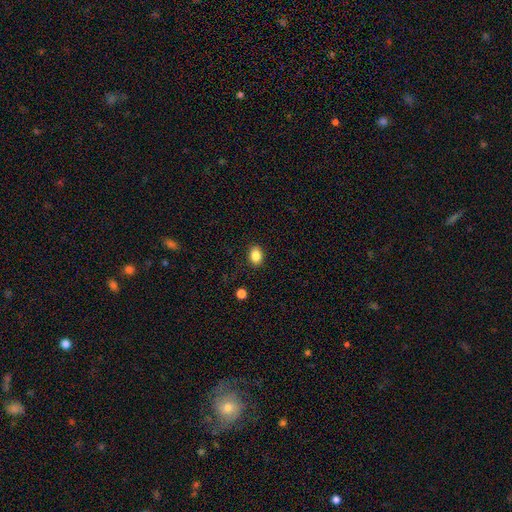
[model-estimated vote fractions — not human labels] This appears to be a smooth galaxy with no disk features (85%) that is in between round and cigar-shaped (70%). Merging: none (88%).